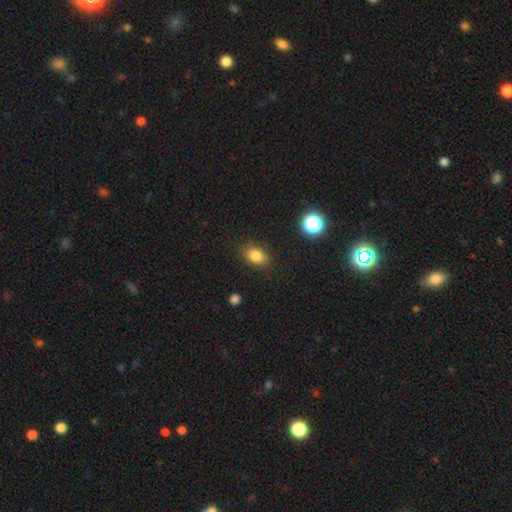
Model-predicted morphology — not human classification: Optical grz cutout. It shows a smooth galaxy with no disk features (82%) that is in between round and cigar-shaped (73%). Merging: none (83%).